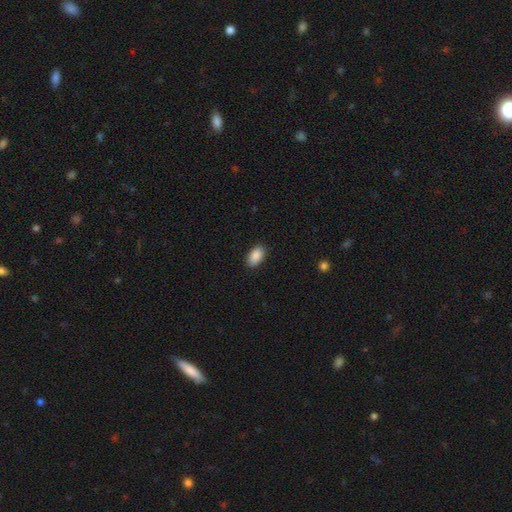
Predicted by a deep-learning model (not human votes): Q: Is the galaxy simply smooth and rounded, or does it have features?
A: smooth — 90%.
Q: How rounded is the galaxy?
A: in between — 93%.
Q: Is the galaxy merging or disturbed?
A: none — 88%.